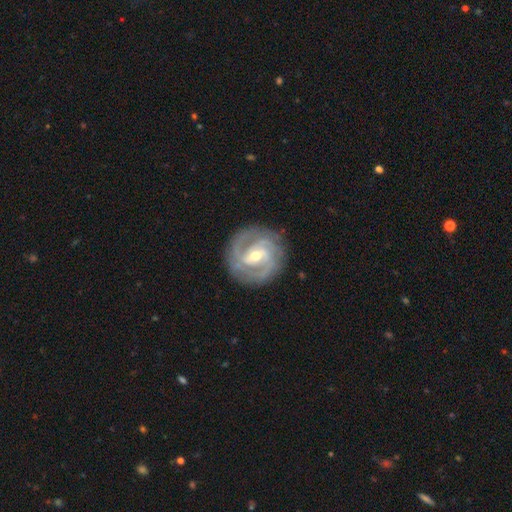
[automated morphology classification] A featured or disk galaxy (91%) with a weak bar (48%), 3 (42%) tight (59%) spiral arms (98%) and a moderate central bulge (54%).

Vote fractions:
- Smooth or featured? featured or disk: 91% / smooth: 5% / star or artifact: 4%
- Edge-on disk? no: 98% / yes: 2%
- Bar? weak: 48% / strong: 28% / no: 24%
- Spiral arms? yes: 98% / no: 2%
- Spiral winding? tight: 59% / medium: 35% / loose: 6%
- Spiral arm count? 3: 42% / 2: 31% / can't tell: 11% / 4: 8% / 1: 4% / more than 4: 4%
- Bulge size? moderate: 54% / small: 43% / large: 2% / none: 1% / dominant: 1%
- Merging? none: 84% / minor disturbance: 11% / major disturbance: 4% / merger: 1%